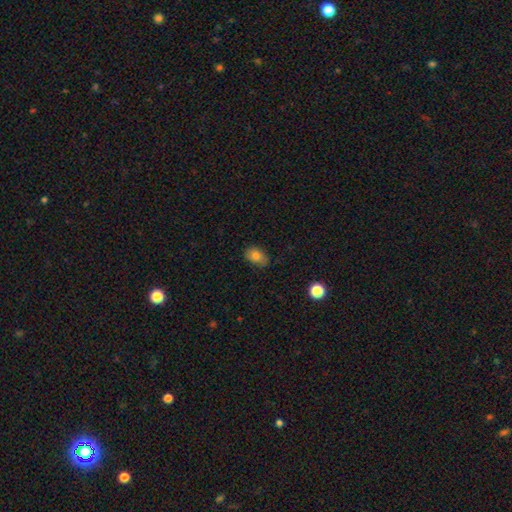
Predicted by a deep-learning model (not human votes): Smooth or featured? Predicted: smooth (p=0.81). How rounded? Predicted: in between (p=0.82). Merging? Predicted: none (p=0.77).